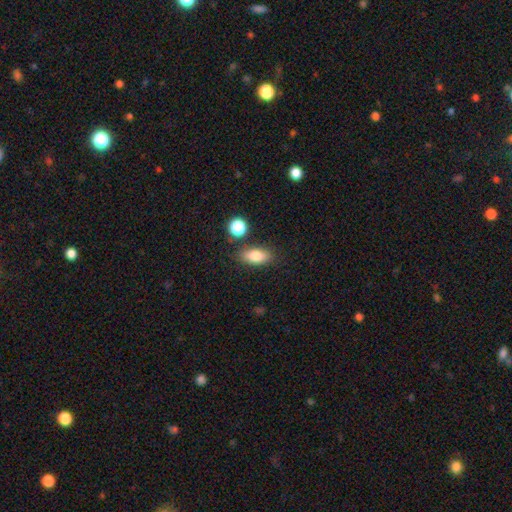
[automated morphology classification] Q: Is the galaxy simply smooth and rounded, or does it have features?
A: smooth — 81%.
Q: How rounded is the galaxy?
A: in between — 85%.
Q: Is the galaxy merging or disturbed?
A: none — 81%.